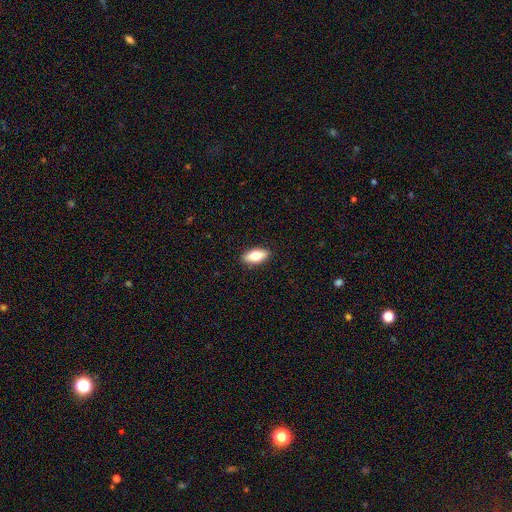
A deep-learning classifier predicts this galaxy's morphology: This appears to be a smooth galaxy with no disk features (76%) that is in between round and cigar-shaped (84%). Merging: none (89%).